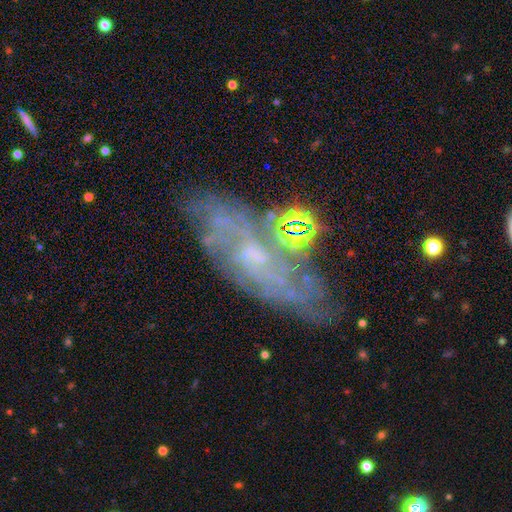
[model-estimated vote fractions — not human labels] smooth-or-featured: featured or disk: 74% | smooth: 15% | star or artifact: 11%
  disk-edge-on: no: 86% | yes: 14%
    bar: no: 64% | weak: 29% | strong: 7%
    has-spiral-arms: yes: 77% | no: 23%
    bulge-size: small: 61% | moderate: 23% | none: 13% | large: 2% | dominant: 1%
  merging: none: 61% | minor disturbance: 20% | major disturbance: 11% | merger: 8%